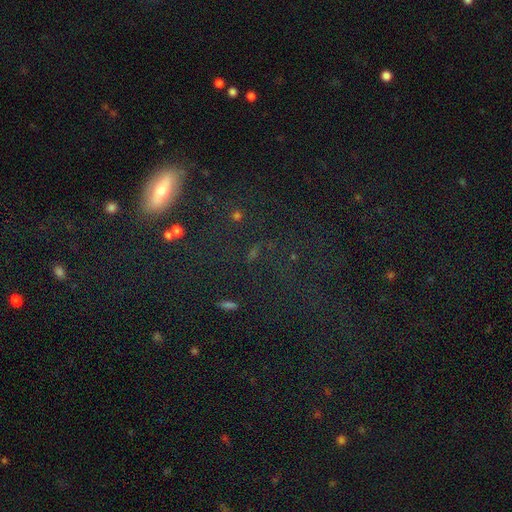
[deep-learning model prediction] Smooth or featured? Predicted: star or artifact (p=0.47).